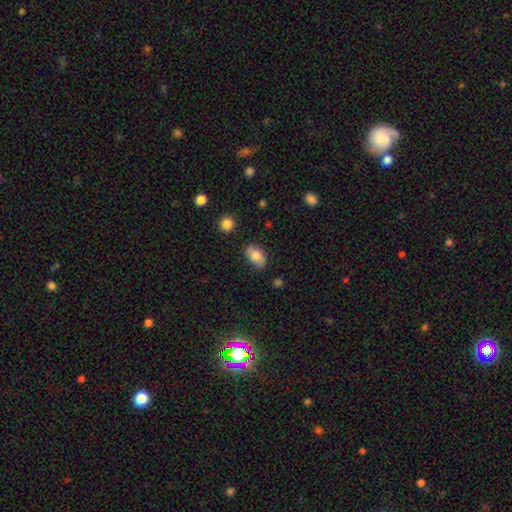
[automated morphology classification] smooth-or-featured: smooth: 76% | featured or disk: 16% | star or artifact: 8%
  how-rounded: in between: 89% | round: 10% | cigar-shaped: 2%
  merging: none: 78% | minor disturbance: 17% | major disturbance: 3% | merger: 2%